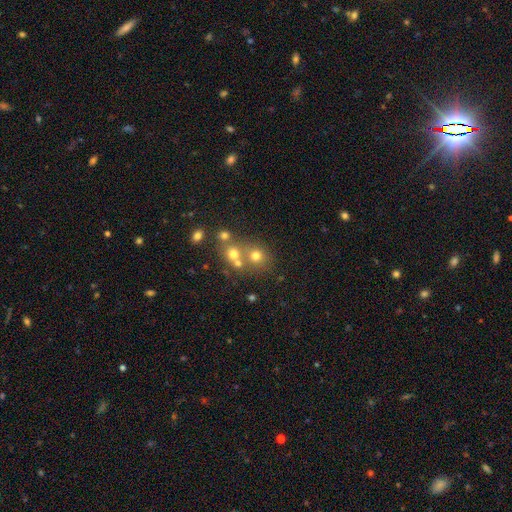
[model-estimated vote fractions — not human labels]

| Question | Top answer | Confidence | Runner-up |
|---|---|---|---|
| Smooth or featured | smooth | 66% | star or artifact (19%) |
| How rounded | round | 83% | in between (16%) |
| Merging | none | 49% | merger (38%) |